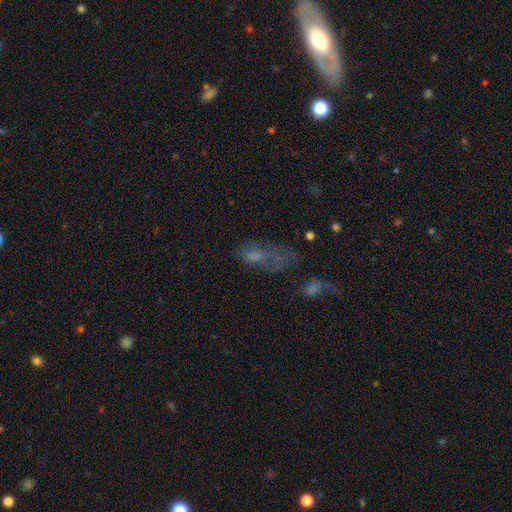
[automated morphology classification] Overall: smooth (52%; featured or disk 29%). How rounded: in between (76%). Merging: major disturbance (38%; none 27%).